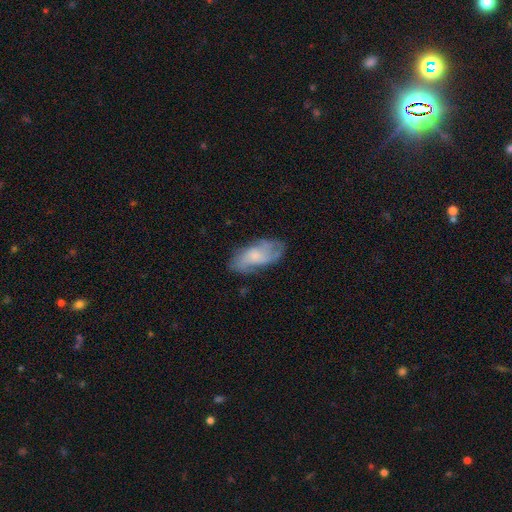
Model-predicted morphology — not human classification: Overall: featured or disk (51%; smooth 42%). Edge-on disk: no (93%). Merging: none (60%; minor disturbance 26%).